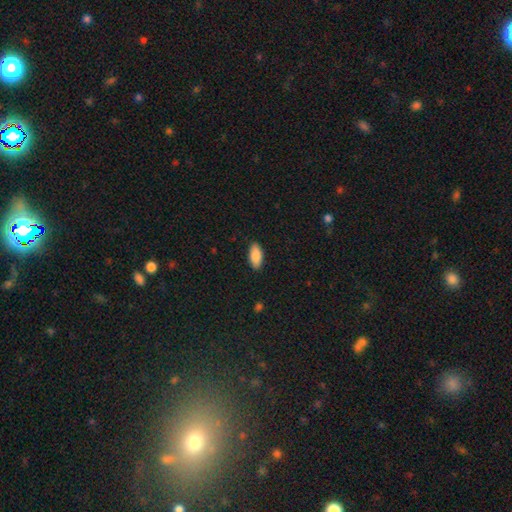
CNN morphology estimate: smooth 88%, star or artifact 6%, featured or disk 6%. Down the decision tree: how rounded — in between (91%); merging — none (89%).